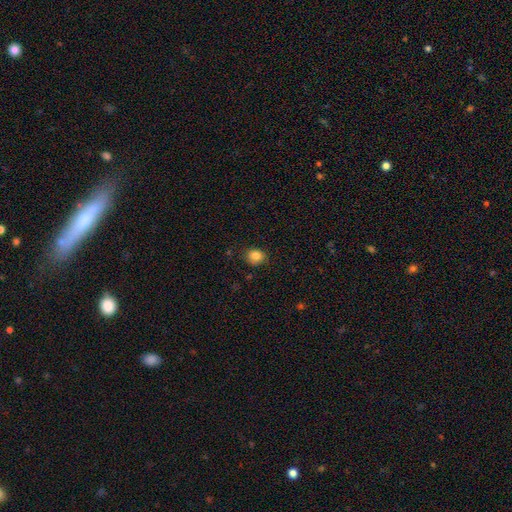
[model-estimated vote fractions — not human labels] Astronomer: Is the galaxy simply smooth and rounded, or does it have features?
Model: smooth — 84%.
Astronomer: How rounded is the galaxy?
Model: round — 63%.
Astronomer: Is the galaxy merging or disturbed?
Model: none — 83%.